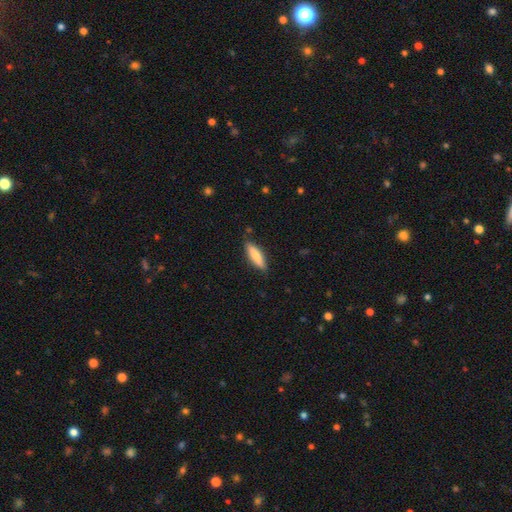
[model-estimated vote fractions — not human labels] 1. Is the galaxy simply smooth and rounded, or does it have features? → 75% smooth, 19% featured or disk, 6% star or artifact.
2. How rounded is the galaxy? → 61% cigar-shaped, 38% in between, 2% round.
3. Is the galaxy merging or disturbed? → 84% none, 12% minor disturbance, 2% major disturbance, 2% merger.